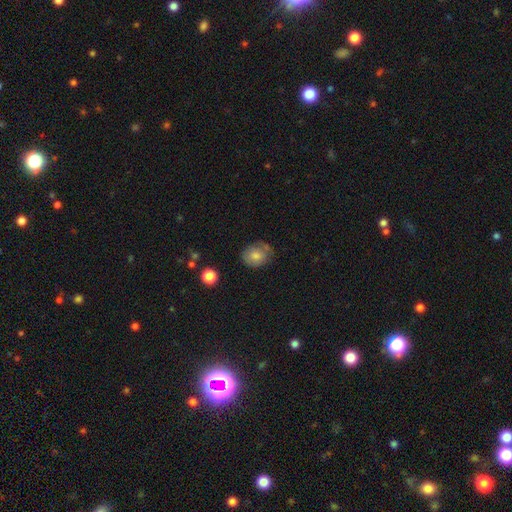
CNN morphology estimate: smooth-or-featured: smooth: 69% | featured or disk: 21% | star or artifact: 10%
  how-rounded: round: 56% | in between: 43% | cigar-shaped: 1%
  merging: none: 65% | minor disturbance: 25% | major disturbance: 7% | merger: 3%